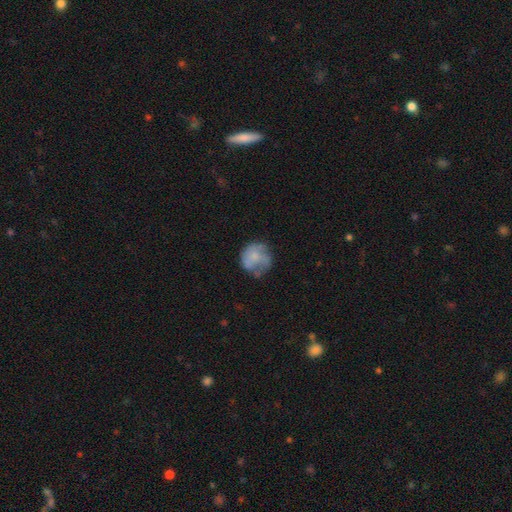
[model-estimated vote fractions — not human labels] A smooth galaxy with no disk features (58%) that is round (84%). Merging: none (55%).